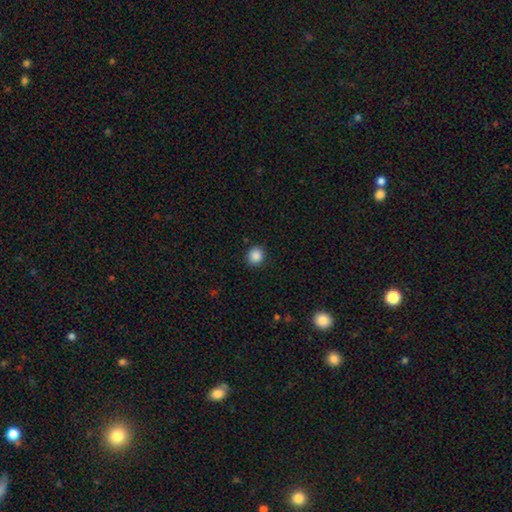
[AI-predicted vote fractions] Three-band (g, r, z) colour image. It shows a smooth galaxy with no disk features (88%) that is round (85%). Merging: none (90%).